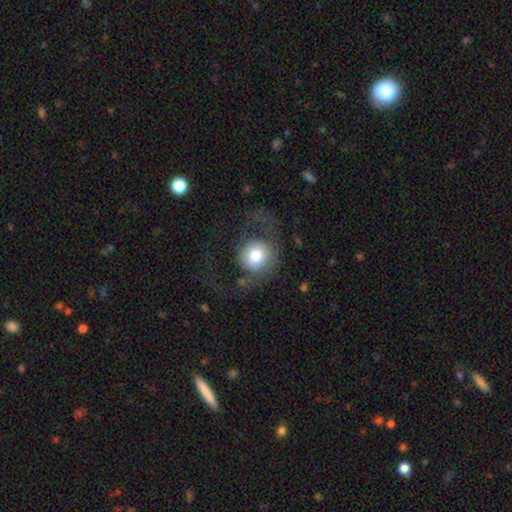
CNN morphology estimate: Q: Smooth or featured?
A: smooth (66%); runner-up: featured or disk (26%)
Q: How rounded?
A: round (88%); runner-up: in between (11%)
Q: Merging?
A: major disturbance (43%); runner-up: none (39%)